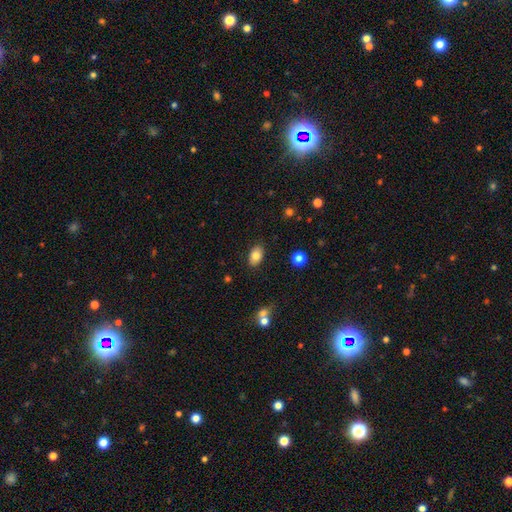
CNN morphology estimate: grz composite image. It shows a smooth galaxy with no disk features (81%) that is in between round and cigar-shaped (88%). Merging: none (86%).